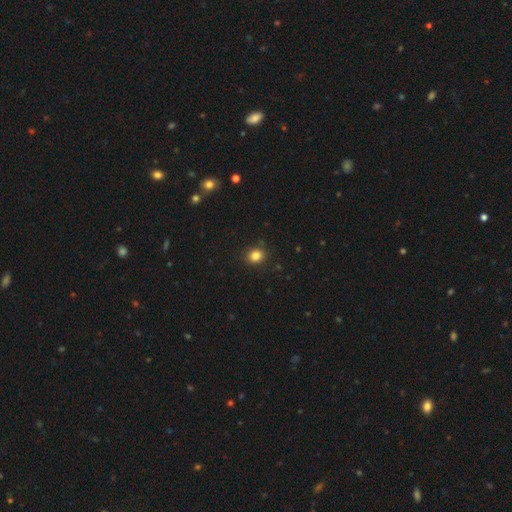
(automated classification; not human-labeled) Smooth or featured?
  - smooth: 83% *
  - star or artifact: 12%
  - featured or disk: 5%
How rounded?
  - round: 73% *
  - in between: 26%
  - cigar-shaped: 1%
Merging?
  - none: 89% *
  - minor disturbance: 8%
  - major disturbance: 2%
  - merger: 1%